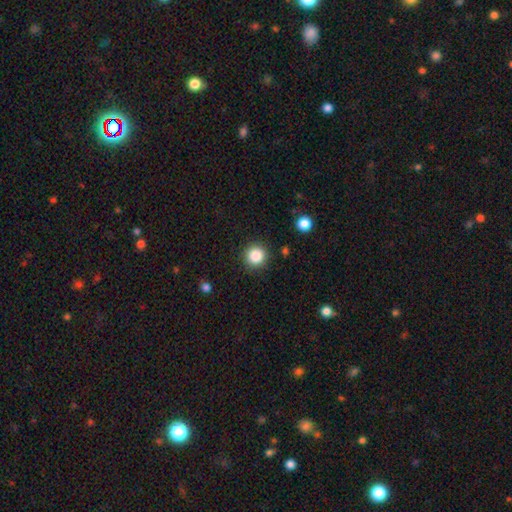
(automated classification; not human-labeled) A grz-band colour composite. It shows a smooth galaxy with no disk features (86%) that is round (94%). Merging: none (89%).